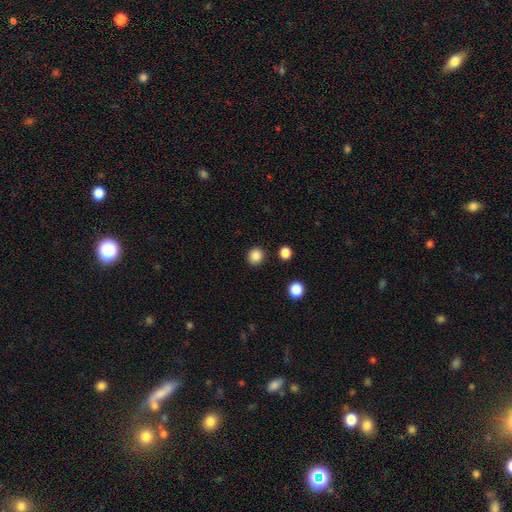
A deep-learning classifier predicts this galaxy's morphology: smooth-or-featured: smooth: 86% | star or artifact: 11% | featured or disk: 3%
  how-rounded: round: 88% | in between: 11% | cigar-shaped: 1%
  merging: none: 89% | minor disturbance: 6% | merger: 2% | major disturbance: 2%